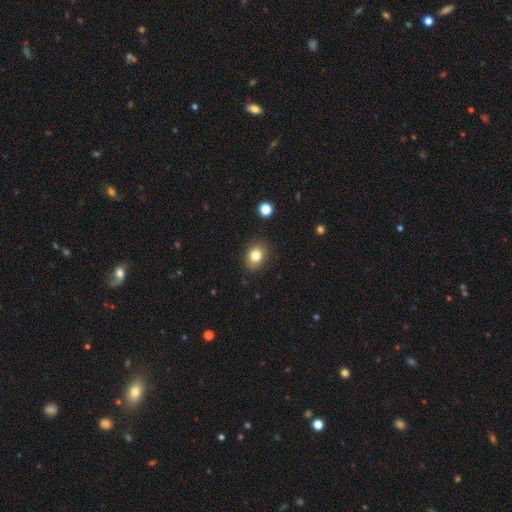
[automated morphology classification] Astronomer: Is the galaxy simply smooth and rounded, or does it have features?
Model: smooth — 81%.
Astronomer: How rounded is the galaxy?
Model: in between — 57% (runner-up: round, 42%).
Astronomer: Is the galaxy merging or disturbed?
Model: none — 86%.